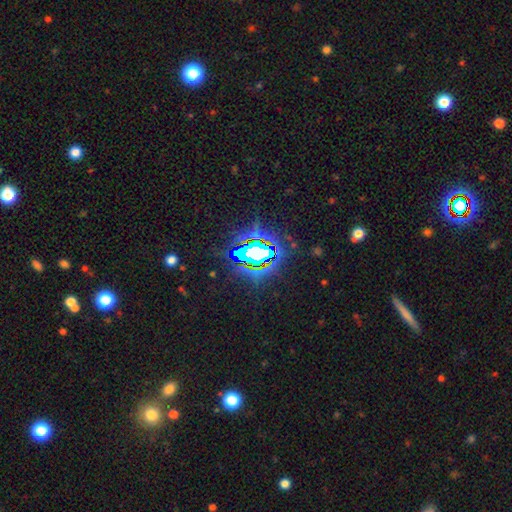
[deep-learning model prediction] A star or artifact, not a galaxy (73%).